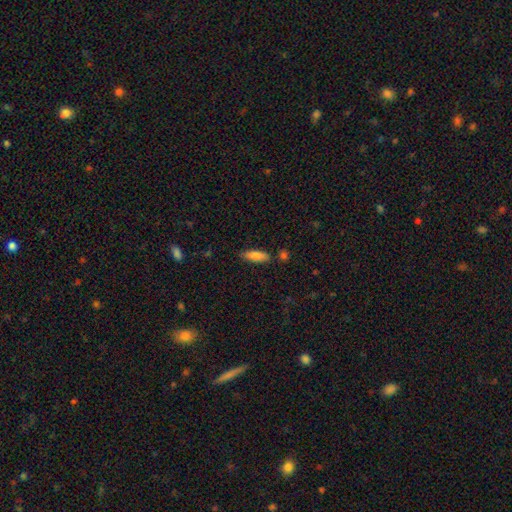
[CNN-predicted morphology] Smooth or featured: smooth — 82% (featured or disk — 11%)
How rounded: in between — 57% (cigar-shaped — 41%)
Merging: none — 81% (minor disturbance — 12%)